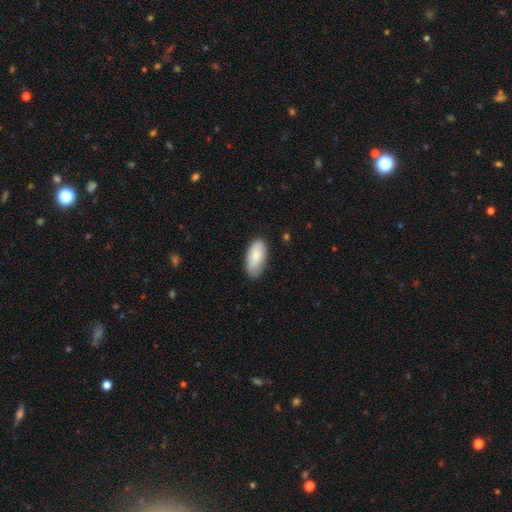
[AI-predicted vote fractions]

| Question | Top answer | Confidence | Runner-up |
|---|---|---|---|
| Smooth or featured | smooth | 85% | featured or disk (10%) |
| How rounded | in between | 92% | cigar-shaped (6%) |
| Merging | none | 81% | minor disturbance (16%) |